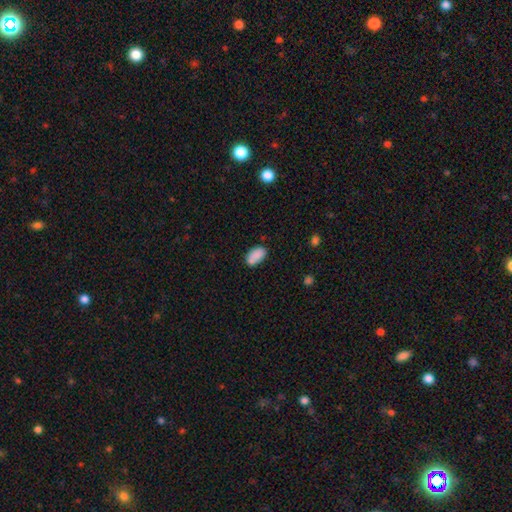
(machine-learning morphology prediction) The model was most divided on "merging": none: 69%, minor disturbance: 18%, merger: 9%, major disturbance: 4%. More confident: how rounded — in between (93%); smooth or featured — smooth (86%).